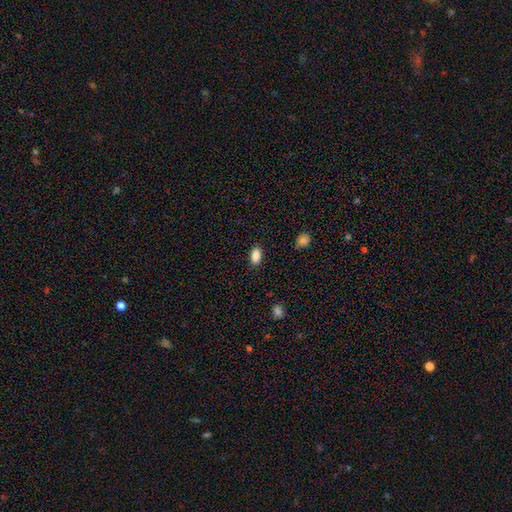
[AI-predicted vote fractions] Q: Smooth or featured?
A: smooth (88%); runner-up: star or artifact (8%)
Q: How rounded?
A: in between (92%); runner-up: round (4%)
Q: Merging?
A: none (87%); runner-up: minor disturbance (10%)